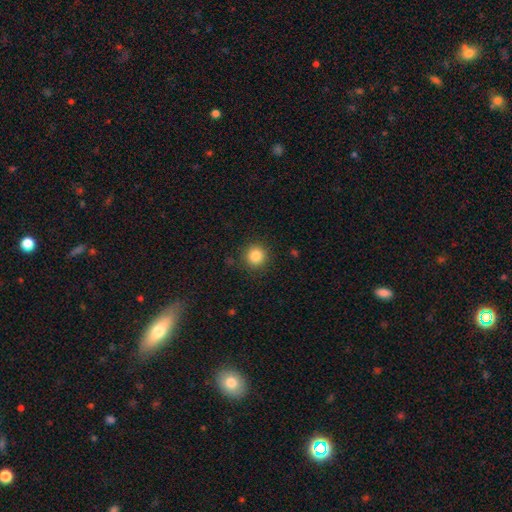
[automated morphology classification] A smooth galaxy with no disk features (85%) that is round (94%).

Vote fractions:
- Smooth or featured? smooth: 85% / star or artifact: 10% / featured or disk: 5%
- How rounded? round: 94% / in between: 5% / cigar-shaped: 1%
- Merging? none: 90% / minor disturbance: 7% / major disturbance: 2% / merger: 1%